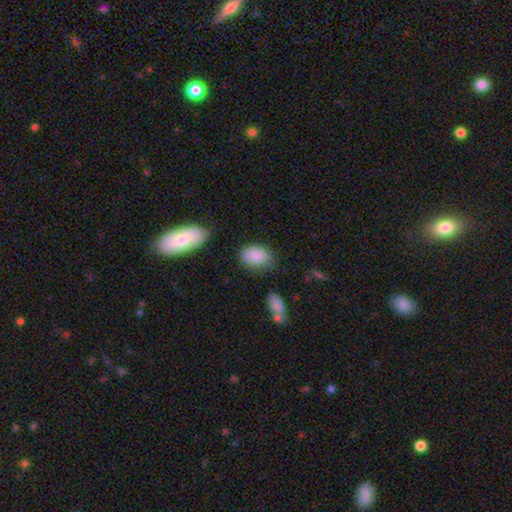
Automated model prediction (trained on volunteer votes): Q: Smooth or featured?
A: smooth (87%); runner-up: star or artifact (7%)
Q: How rounded?
A: in between (85%); runner-up: round (13%)
Q: Merging?
A: none (72%); runner-up: minor disturbance (20%)